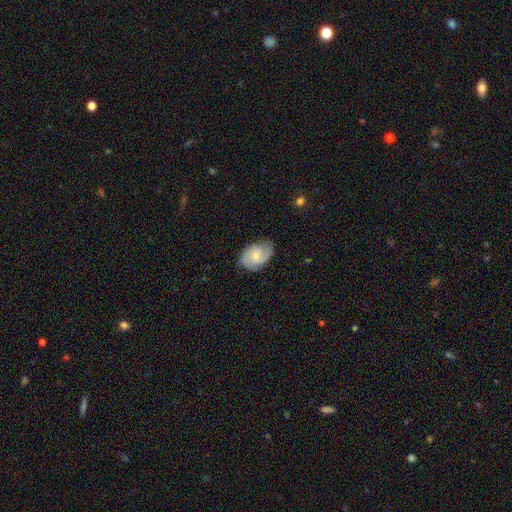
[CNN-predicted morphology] Overall: featured or disk (58%; smooth 36%). Edge-on disk: no (97%). Bar: no (59%; weak 36%). Spiral arms: yes (90%). Spiral arm count: 2 (72%). Spiral winding: medium (46%; tight 34%). Bulge size: small (55%; moderate 37%). Merging: none (71%).